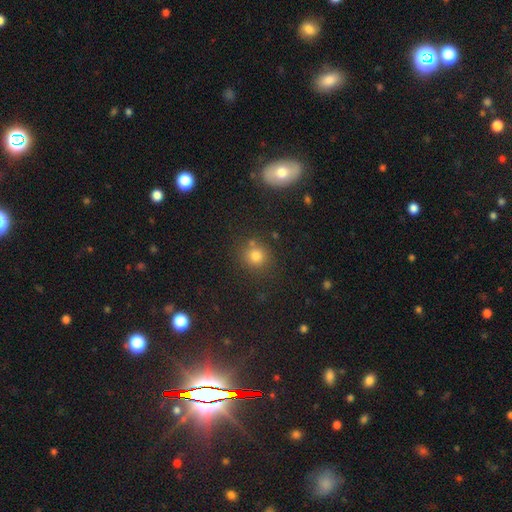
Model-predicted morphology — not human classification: A smooth galaxy with no disk features (76%) that is round (87%).

Vote fractions:
- Smooth or featured? smooth: 76% / star or artifact: 17% / featured or disk: 7%
- How rounded? round: 87% / in between: 11% / cigar-shaped: 1%
- Merging? none: 77% / minor disturbance: 10% / merger: 9% / major disturbance: 4%